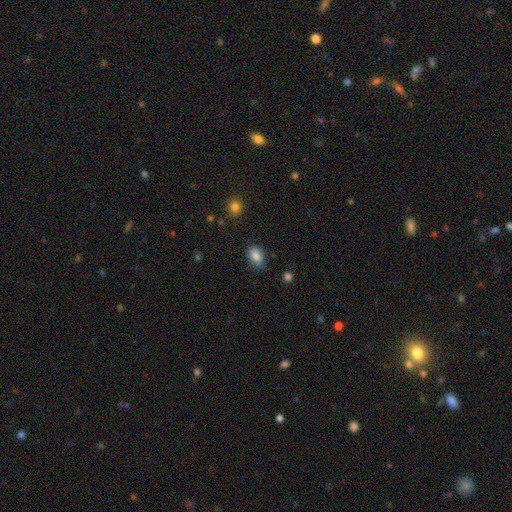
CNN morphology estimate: type=smooth (85%); roundness=in between (84%); merging=none (68%).